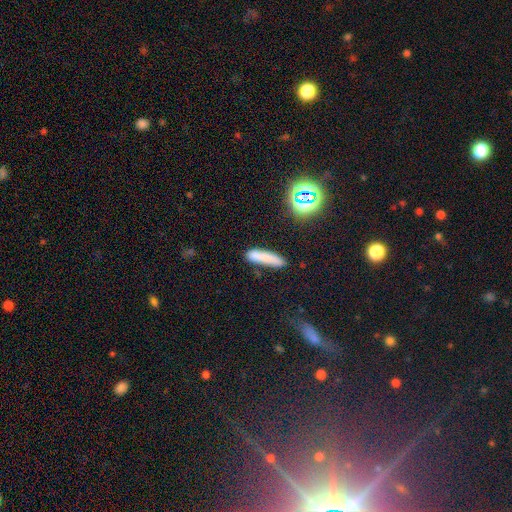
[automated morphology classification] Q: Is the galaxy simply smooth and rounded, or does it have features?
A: smooth — 76%.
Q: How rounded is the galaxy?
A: cigar-shaped — 76%.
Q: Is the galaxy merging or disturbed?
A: none — 72%.